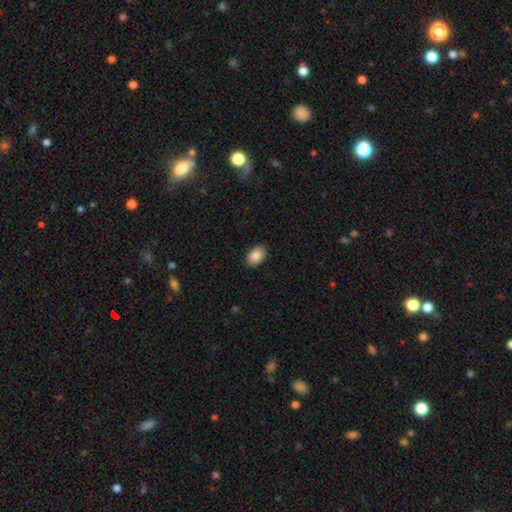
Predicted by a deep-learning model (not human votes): Smooth or featured? smooth (87%)
How rounded? in between (85%)
Merging? none (90%)